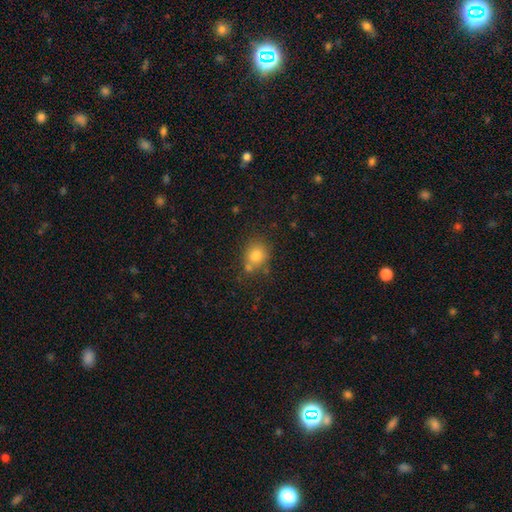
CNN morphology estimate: The model was most divided on "merging": none: 60%, merger: 20%, minor disturbance: 16%, major disturbance: 5%. More confident: smooth or featured — smooth (79%); how rounded — round (71%).